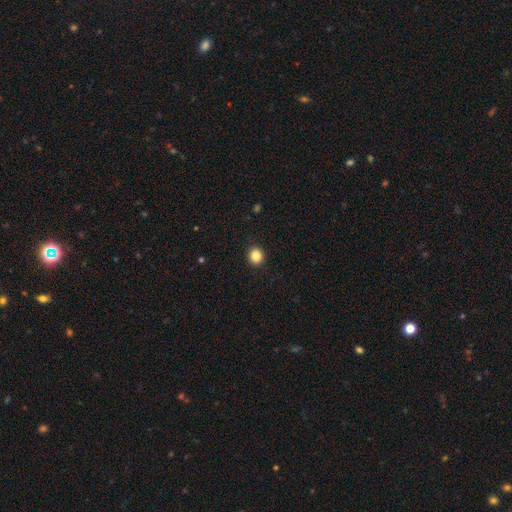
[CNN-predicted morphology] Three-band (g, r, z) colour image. It shows a smooth galaxy with no disk features (85%) that is round (84%). Merging: none (91%).